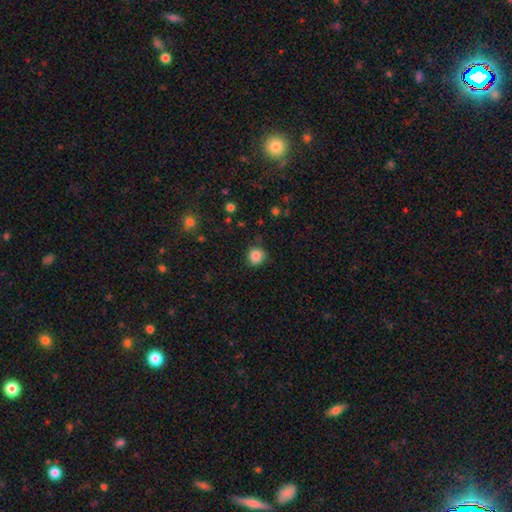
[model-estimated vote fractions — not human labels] Smooth or featured: smooth — 86% (star or artifact — 10%)
How rounded: round — 86% (in between — 13%)
Merging: none — 82% (minor disturbance — 14%)